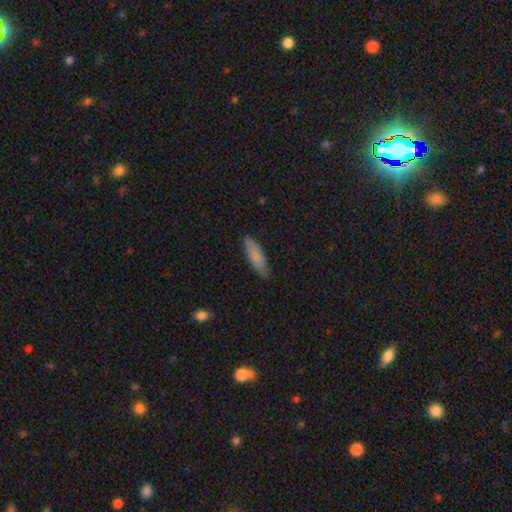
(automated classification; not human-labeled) Smooth or featured? Predicted: smooth (p=0.81). How rounded? Predicted: cigar-shaped (p=0.59). Merging? Predicted: none (p=0.84).